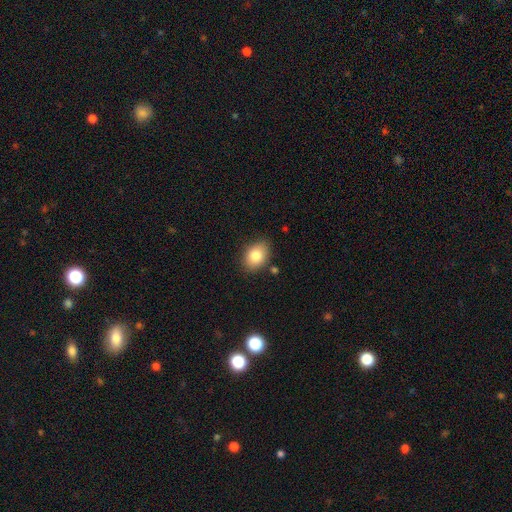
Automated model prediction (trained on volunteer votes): smooth_or_featured: smooth (p=0.82) [alt: featured or disk p=0.10]
how_rounded: in between (p=0.69) [alt: round p=0.30]
merging: none (p=0.82) [alt: minor disturbance p=0.13]